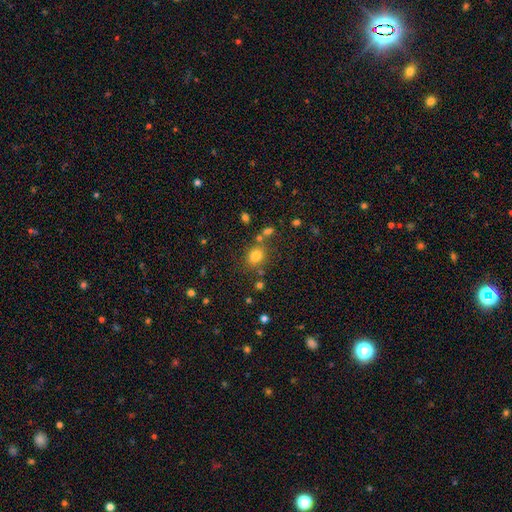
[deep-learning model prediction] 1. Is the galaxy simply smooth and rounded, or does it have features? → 79% smooth, 14% star or artifact, 7% featured or disk.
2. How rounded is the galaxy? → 50% round, 49% in between, 1% cigar-shaped.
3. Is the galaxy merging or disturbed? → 70% none, 13% minor disturbance, 11% merger, 5% major disturbance.